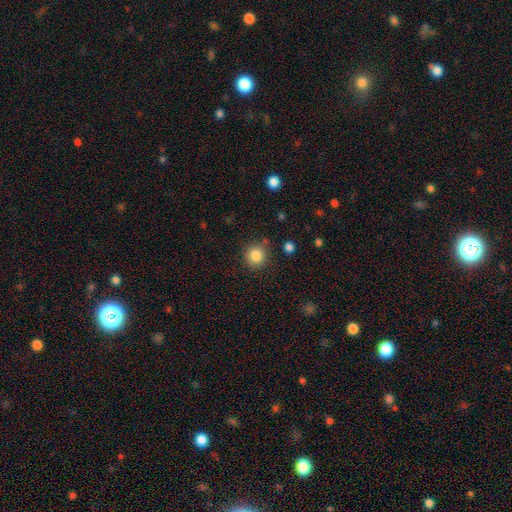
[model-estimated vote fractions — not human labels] smooth_or_featured: smooth (p=0.84) [alt: star or artifact p=0.10]
how_rounded: round (p=0.91) [alt: in between p=0.08]
merging: none (p=0.84) [alt: minor disturbance p=0.10]